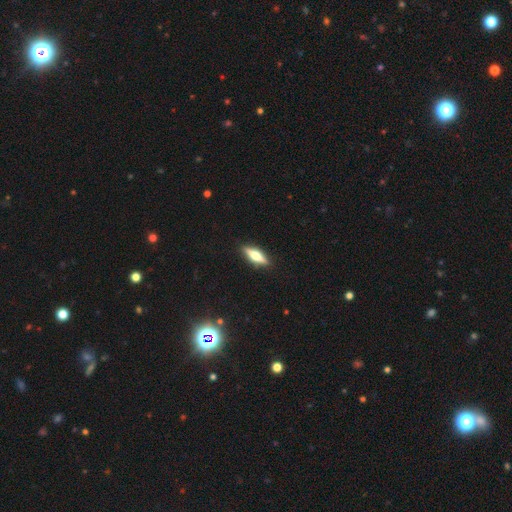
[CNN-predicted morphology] Overall: featured or disk (47%, tied with smooth). Merging: none (89%).